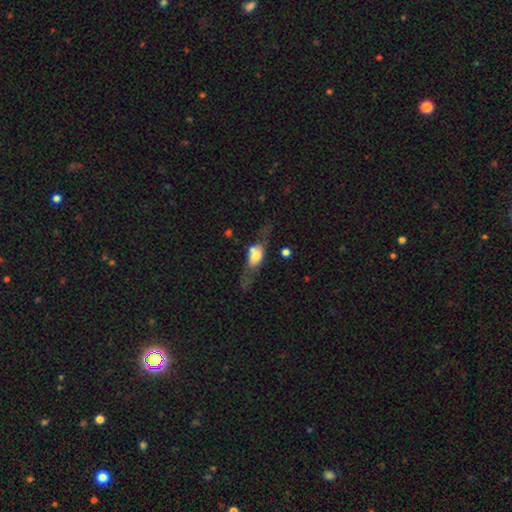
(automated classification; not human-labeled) smooth_or_featured: smooth (p=0.48) [alt: featured or disk p=0.44]
merging: none (p=0.49) [alt: minor disturbance p=0.21]